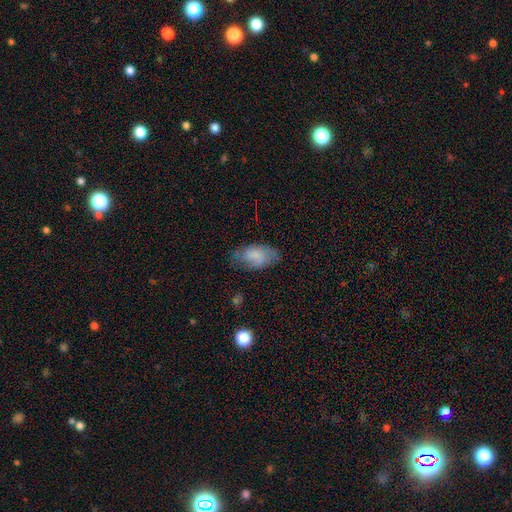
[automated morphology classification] smooth_or_featured: smooth (p=0.70) [alt: featured or disk p=0.22]
how_rounded: in between (p=0.93) [alt: round p=0.05]
merging: none (p=0.64) [alt: minor disturbance p=0.25]